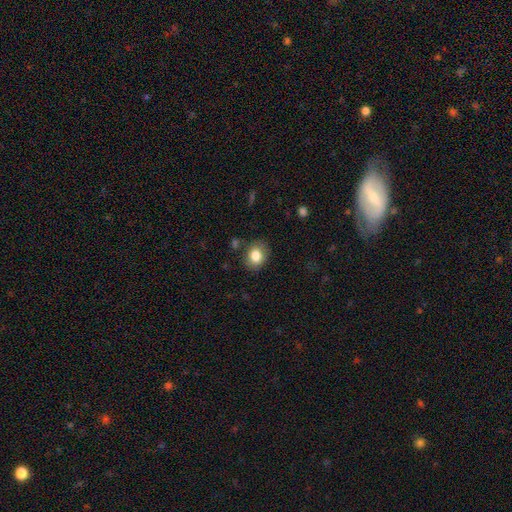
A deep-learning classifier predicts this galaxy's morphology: Smooth or featured: smooth — 82% (featured or disk — 9%)
How rounded: round — 54% (in between — 45%)
Merging: none — 80% (minor disturbance — 14%)